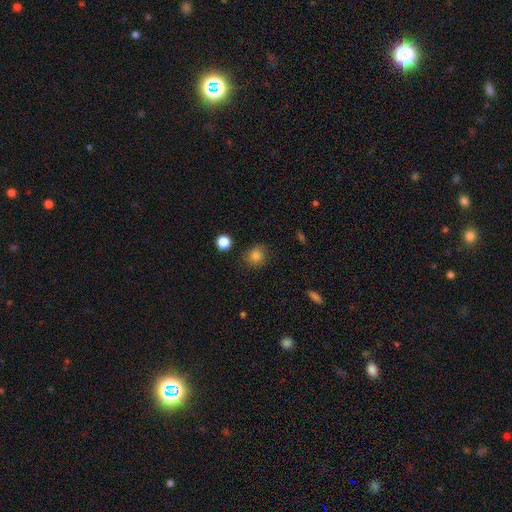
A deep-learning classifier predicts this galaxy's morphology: Smooth or featured? Predicted: smooth (p=0.82). How rounded? Predicted: round (p=0.85). Merging? Predicted: none (p=0.79).